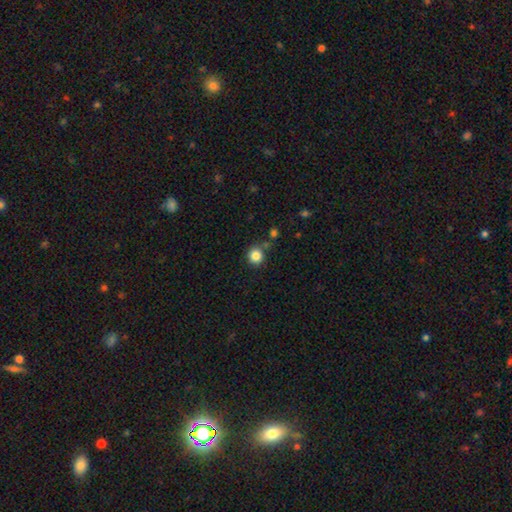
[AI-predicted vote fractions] Smooth or featured: smooth — 84% (star or artifact — 11%)
How rounded: round — 93% (in between — 7%)
Merging: none — 79% (minor disturbance — 10%)